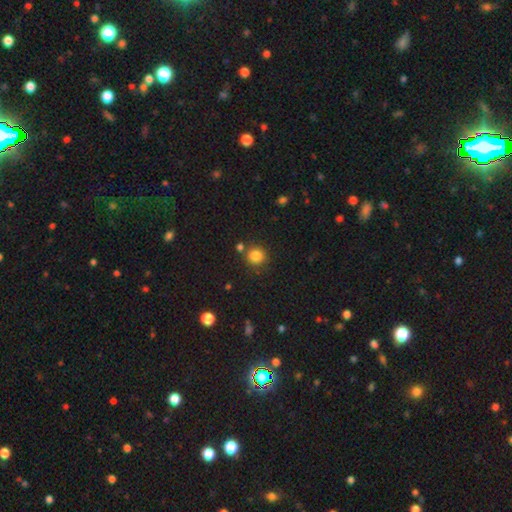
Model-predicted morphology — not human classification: A smooth galaxy with no disk features (84%) that is round (89%). Merging: none (79%).